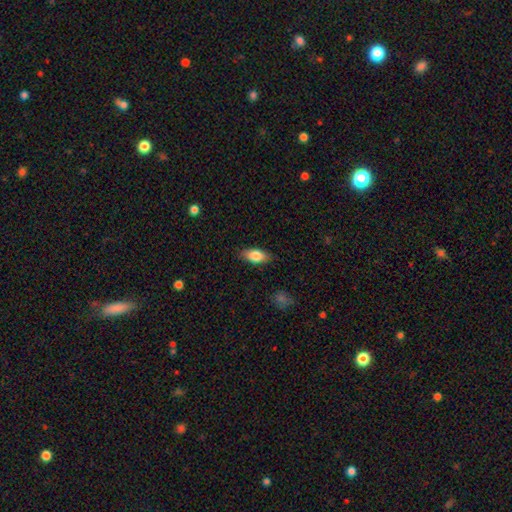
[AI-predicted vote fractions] Smooth or featured? Predicted: smooth (p=0.82). How rounded? Predicted: in between (p=0.88). Merging? Predicted: none (p=0.85).